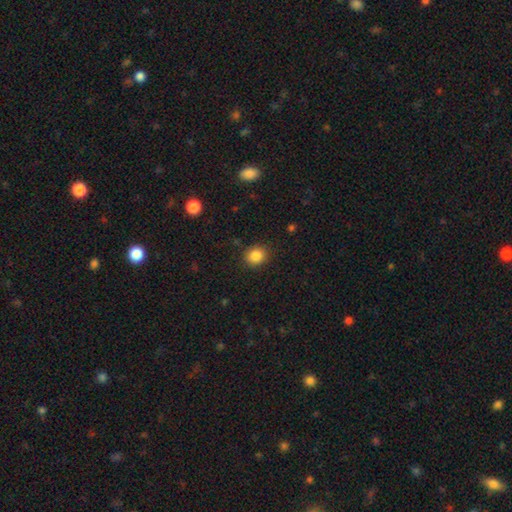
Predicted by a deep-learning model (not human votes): Smooth or featured? smooth (85%)
How rounded? round (76%)
Merging? none (88%)